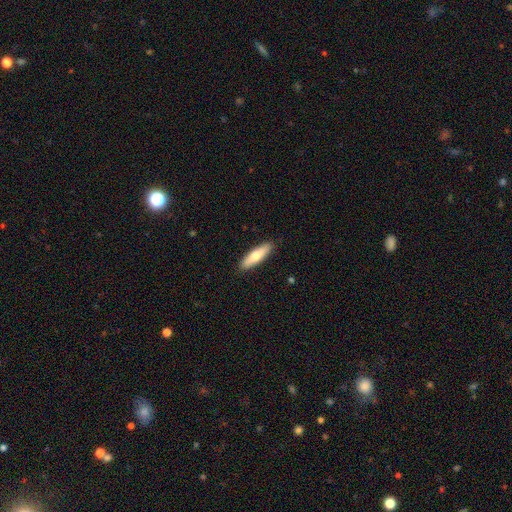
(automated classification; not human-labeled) smooth-or-featured: smooth: 70% | featured or disk: 25% | star or artifact: 5%
  how-rounded: cigar-shaped: 65% | in between: 33% | round: 2%
  merging: none: 89% | minor disturbance: 8% | major disturbance: 2% | merger: 1%